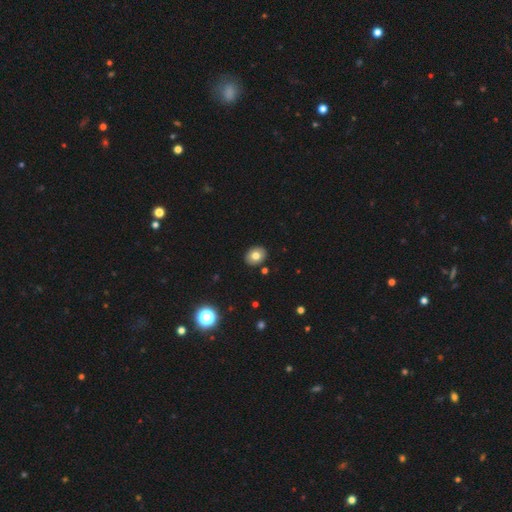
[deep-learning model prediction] The model was most divided on "how rounded": in between: 53%, round: 46%, cigar-shaped: 1%. More confident: merging — none (89%); smooth or featured — smooth (77%).